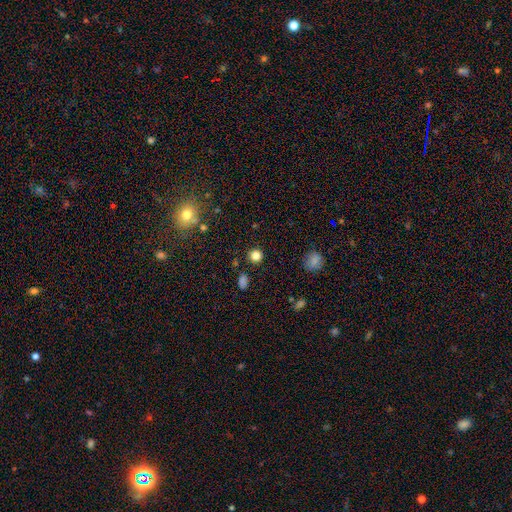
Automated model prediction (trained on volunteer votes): Q: Smooth or featured?
A: smooth (82%); runner-up: star or artifact (14%)
Q: How rounded?
A: round (91%); runner-up: in between (8%)
Q: Merging?
A: none (89%); runner-up: minor disturbance (6%)